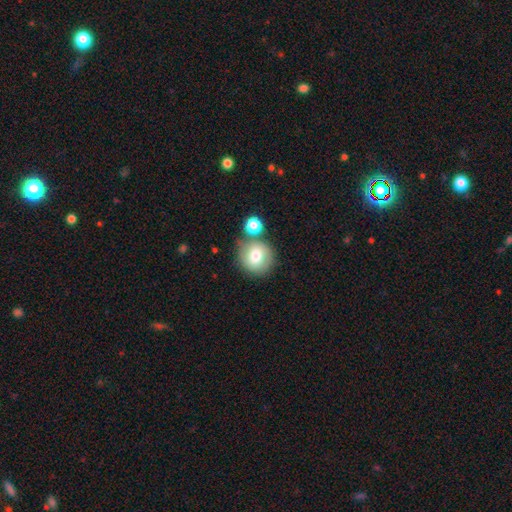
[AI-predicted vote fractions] The model was most divided on "merging": none: 62%, merger: 19%, minor disturbance: 14%, major disturbance: 4%. More confident: how rounded — round (89%); smooth or featured — smooth (75%).